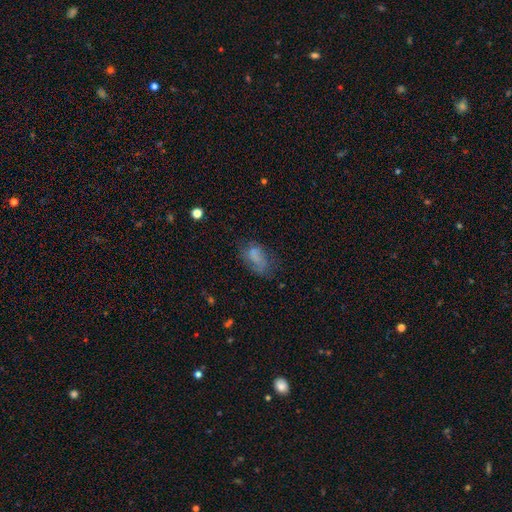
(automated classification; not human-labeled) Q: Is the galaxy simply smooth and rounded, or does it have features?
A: smooth — 61%.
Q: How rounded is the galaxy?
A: in between — 88%.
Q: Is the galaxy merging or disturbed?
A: none — 49%.